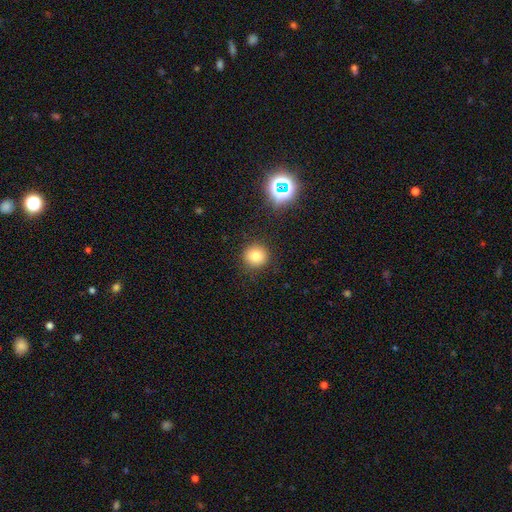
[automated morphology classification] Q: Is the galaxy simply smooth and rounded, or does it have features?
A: smooth — 78%.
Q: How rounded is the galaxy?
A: round — 94%.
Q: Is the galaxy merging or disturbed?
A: none — 90%.